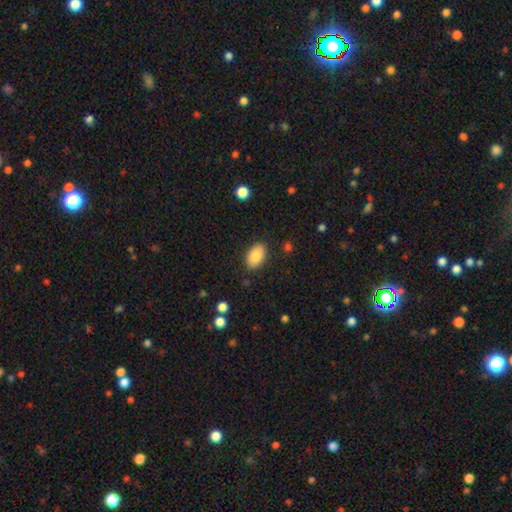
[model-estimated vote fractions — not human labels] A smooth galaxy with no disk features (86%) that is in between round and cigar-shaped (92%). Merging: none (86%).